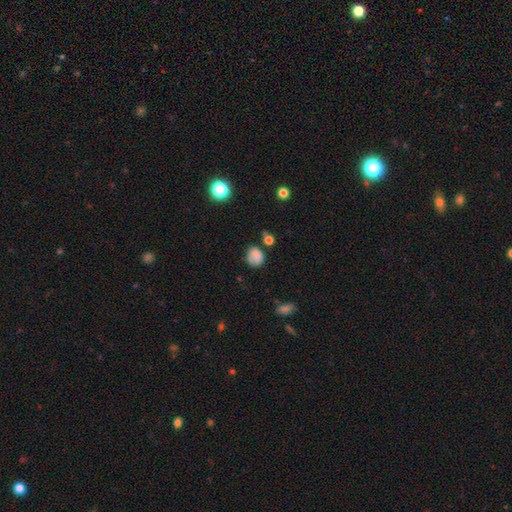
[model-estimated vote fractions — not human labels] Morphology: type=smooth (79%); roundness=round (60%); merging=none (61%).